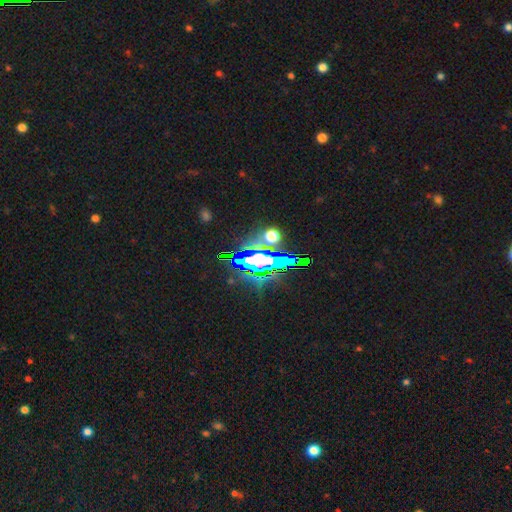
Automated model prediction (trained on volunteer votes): star or artifact 69%, smooth 16%, featured or disk 15%.